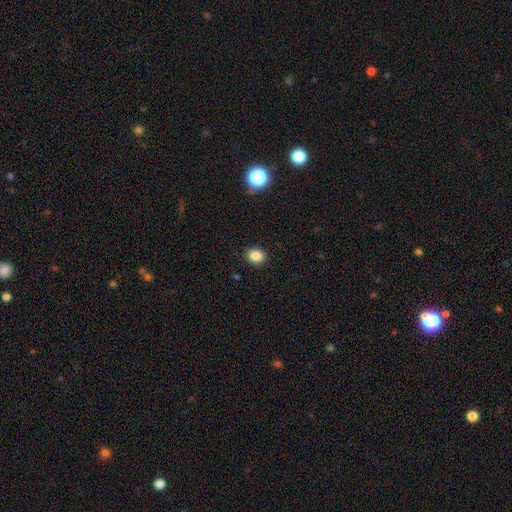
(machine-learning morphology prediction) smooth_or_featured: smooth (p=0.85) [alt: star or artifact p=0.11]
how_rounded: round (p=0.65) [alt: in between p=0.34]
merging: none (p=0.90) [alt: minor disturbance p=0.07]